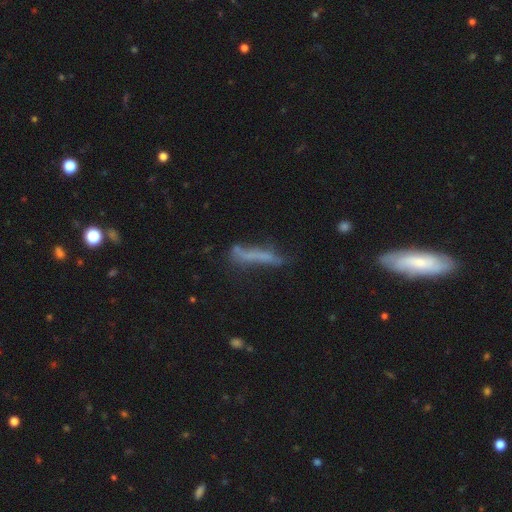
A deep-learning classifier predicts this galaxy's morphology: This is possibly a smooth galaxy (51%). How rounded: clearly cigar-shaped (89%). Merging: possibly none (56%).